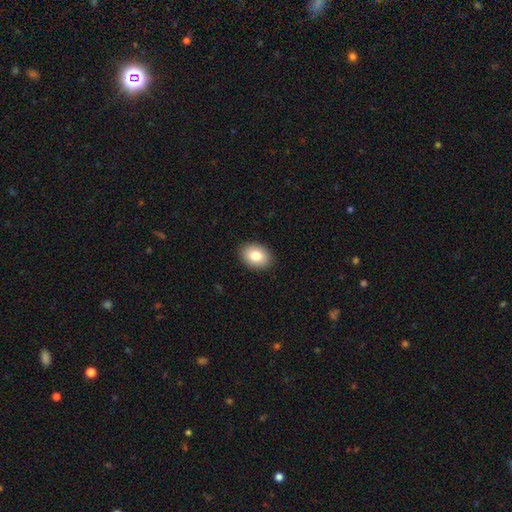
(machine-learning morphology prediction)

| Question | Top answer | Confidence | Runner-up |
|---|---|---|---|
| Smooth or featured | smooth | 82% | featured or disk (10%) |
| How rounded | in between | 70% | round (29%) |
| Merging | none | 91% | minor disturbance (7%) |